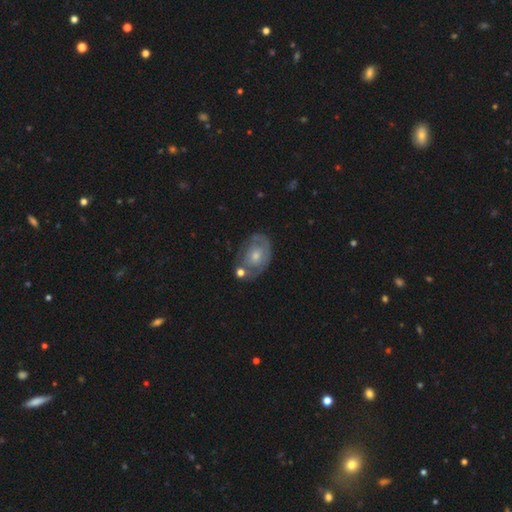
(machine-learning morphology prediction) Smooth or featured? Predicted: featured or disk (p=0.65). Edge-on disk? Predicted: no (p=0.95). Bar? Predicted: no (p=0.82). Spiral arms? Predicted: yes (p=0.65). Bulge size? Predicted: moderate (p=0.52). Merging? Predicted: none (p=0.64).